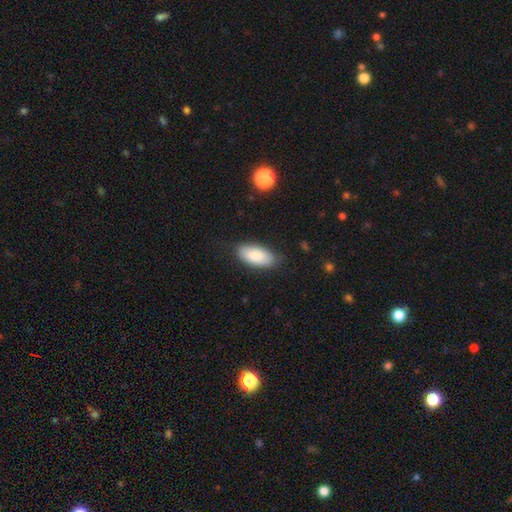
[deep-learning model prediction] Smooth or featured? Predicted: smooth (p=0.84). How rounded? Predicted: in between (p=0.92). Merging? Predicted: none (p=0.82).